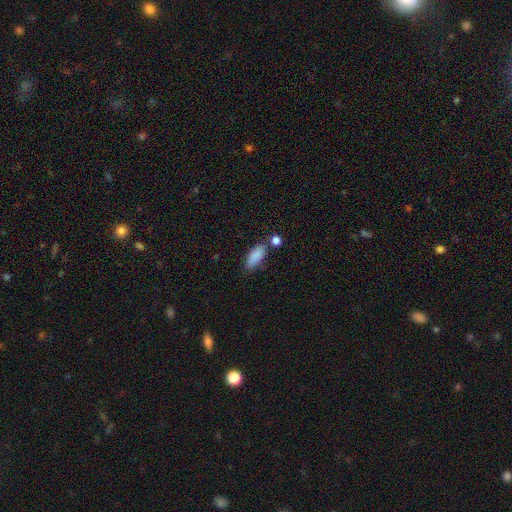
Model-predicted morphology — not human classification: smooth 86%, star or artifact 7%, featured or disk 6%. Down the decision tree: how rounded — in between (81%); merging — none (66%).